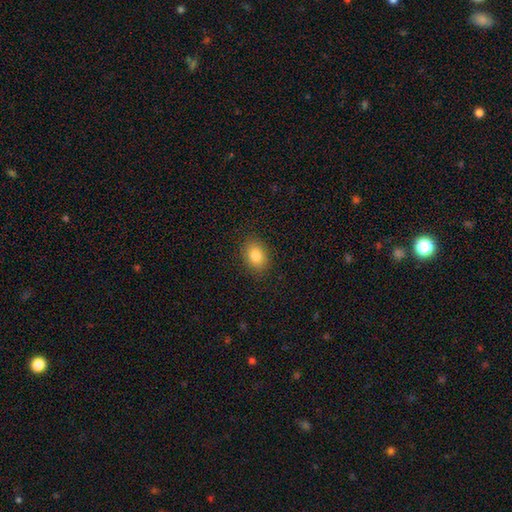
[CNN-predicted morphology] Smooth or featured? smooth (84%)
How rounded? in between (70%)
Merging? none (88%)